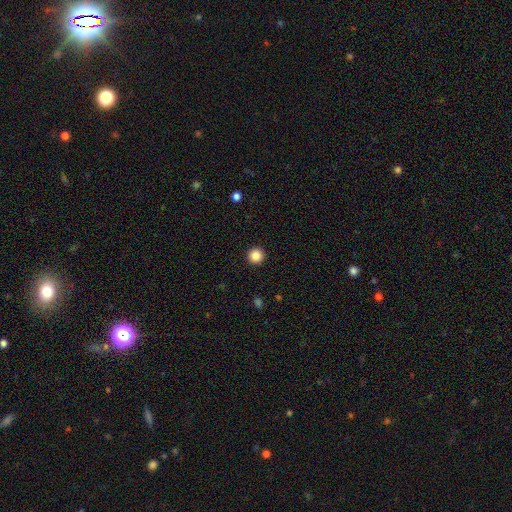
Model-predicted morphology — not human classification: This is clearly a smooth galaxy (87%). How rounded: clearly round (96%). Merging: clearly none (93%).